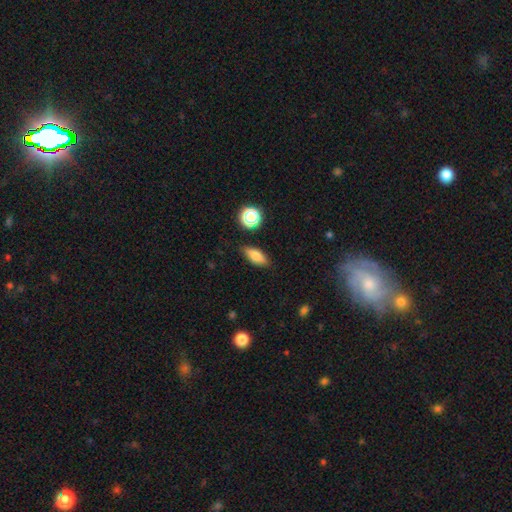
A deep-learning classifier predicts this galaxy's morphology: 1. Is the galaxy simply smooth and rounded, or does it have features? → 78% smooth, 12% featured or disk, 10% star or artifact.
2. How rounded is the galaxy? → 76% in between, 17% cigar-shaped, 7% round.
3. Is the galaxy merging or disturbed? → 85% none, 11% minor disturbance, 3% major disturbance, 2% merger.